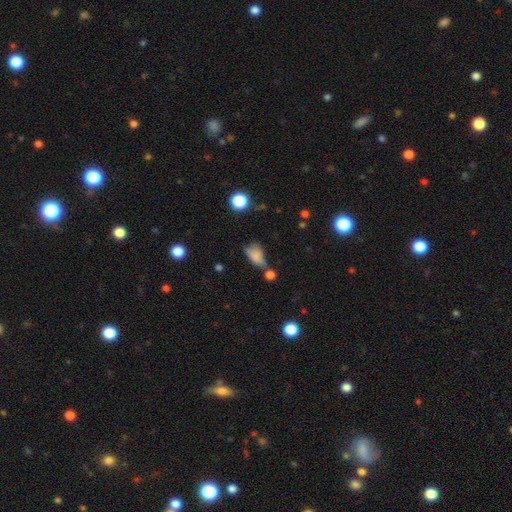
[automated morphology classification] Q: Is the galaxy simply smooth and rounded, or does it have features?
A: smooth — 74%.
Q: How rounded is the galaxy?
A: in between — 83%.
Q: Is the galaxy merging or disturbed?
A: none — 34%.